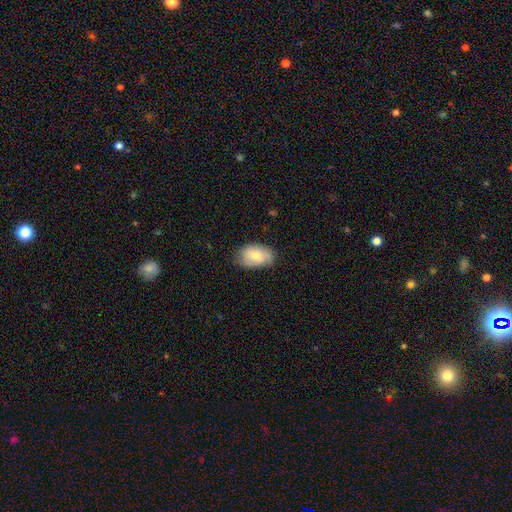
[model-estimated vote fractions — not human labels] A smooth galaxy with no disk features (69%) that is in between round and cigar-shaped (88%). Merging: none (72%).